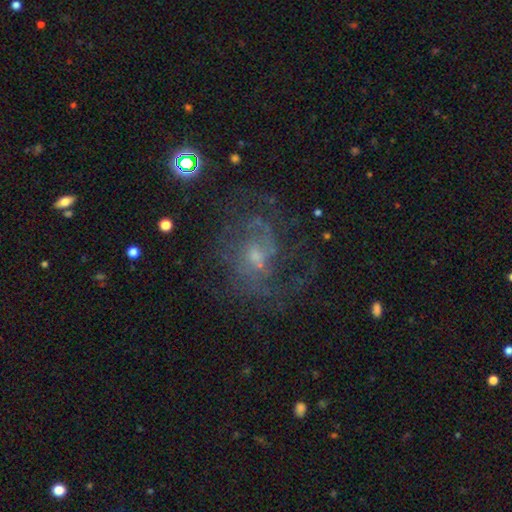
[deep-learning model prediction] Smooth or featured? Predicted: featured or disk (p=0.72). Edge-on disk? Predicted: no (p=0.97). Bar? Predicted: no (p=0.63). Spiral arms? Predicted: yes (p=0.80). Spiral winding? Predicted: medium (p=0.45). Spiral arm count? Predicted: can't tell (p=0.38). Bulge size? Predicted: small (p=0.60). Merging? Predicted: none (p=0.59).